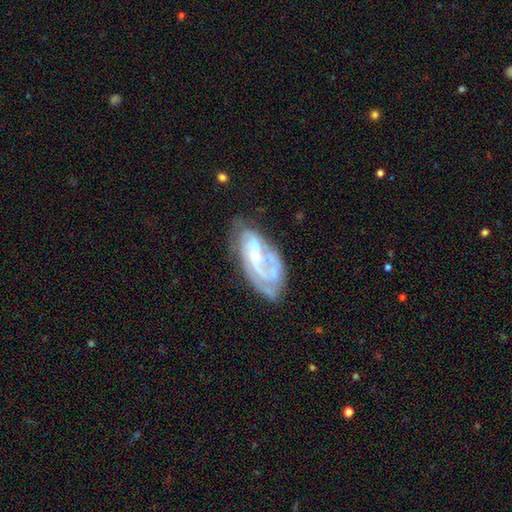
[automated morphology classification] A featured or disk galaxy (73%) with no bar (59%), spiral arms (72%) and a small central bulge (51%).

Vote fractions:
- Smooth or featured? featured or disk: 73% / smooth: 19% / star or artifact: 8%
- Edge-on disk? no: 95% / yes: 5%
- Bar? no: 59% / weak: 30% / strong: 11%
- Spiral arms? yes: 72% / no: 28%
- Bulge size? small: 51% / none: 24% / moderate: 22% / large: 2% / dominant: 1%
- Merging? none: 48% / minor disturbance: 25% / major disturbance: 20% / merger: 7%